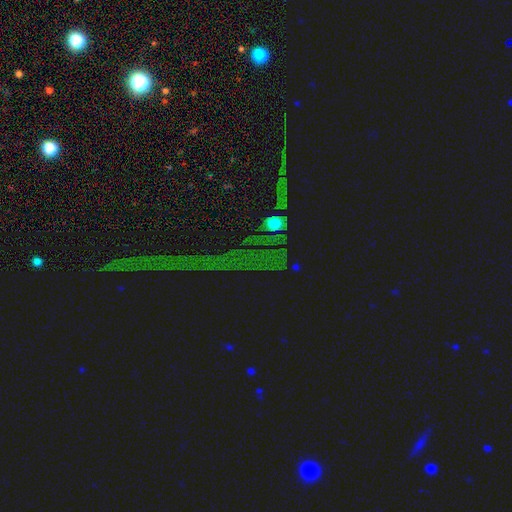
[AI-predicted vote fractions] Smooth or featured? star or artifact (85%)